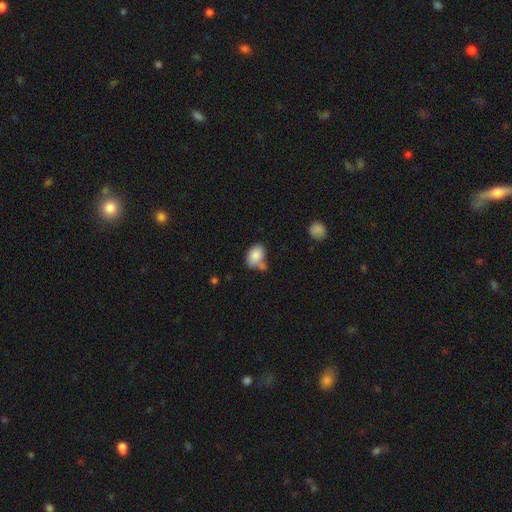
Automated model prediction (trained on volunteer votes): smooth 84%, star or artifact 8%, featured or disk 8%. Down the decision tree: how rounded — in between (79%); merging — none (49%).